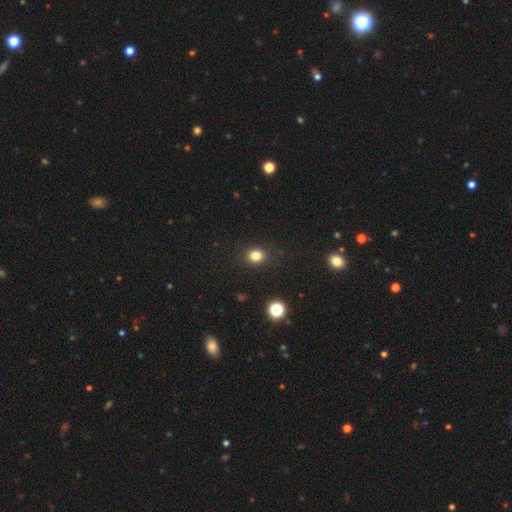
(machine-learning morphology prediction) smooth_or_featured: smooth (p=0.81) [alt: star or artifact p=0.14]
how_rounded: round (p=0.57) [alt: in between p=0.42]
merging: none (p=0.89) [alt: minor disturbance p=0.08]